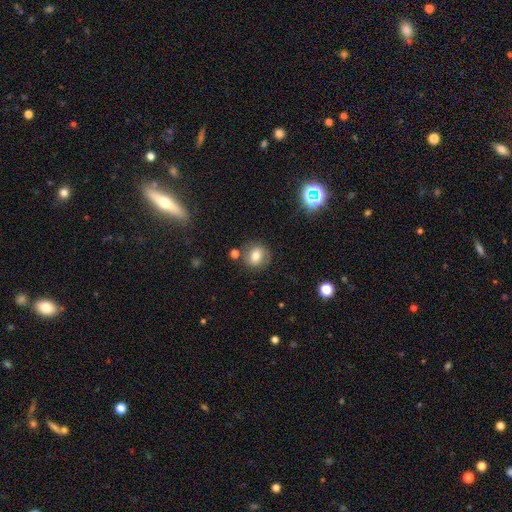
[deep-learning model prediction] Smooth or featured? Predicted: smooth (p=0.73). How rounded? Predicted: round (p=0.79). Merging? Predicted: none (p=0.78).